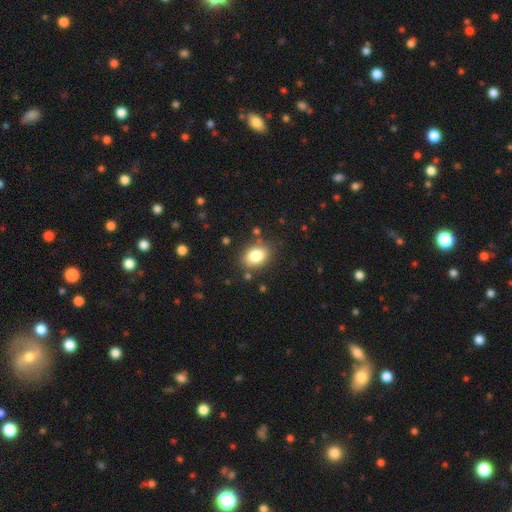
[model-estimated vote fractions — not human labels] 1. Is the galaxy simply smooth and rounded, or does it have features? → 83% smooth, 9% star or artifact, 8% featured or disk.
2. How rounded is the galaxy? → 72% in between, 27% round, 1% cigar-shaped.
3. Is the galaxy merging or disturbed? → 81% none, 12% minor disturbance, 4% major disturbance, 3% merger.